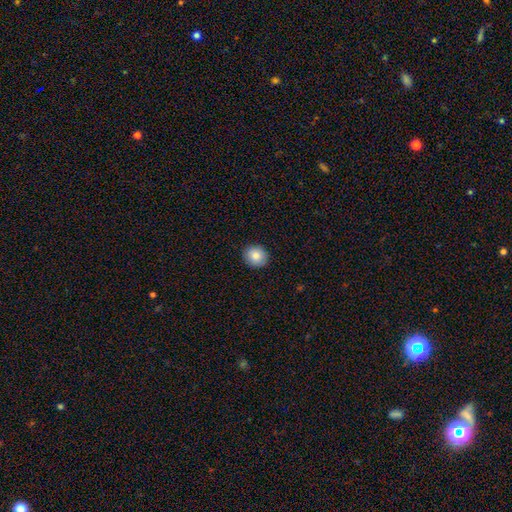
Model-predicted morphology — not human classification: Smooth or featured? smooth (85%)
How rounded? round (81%)
Merging? none (91%)